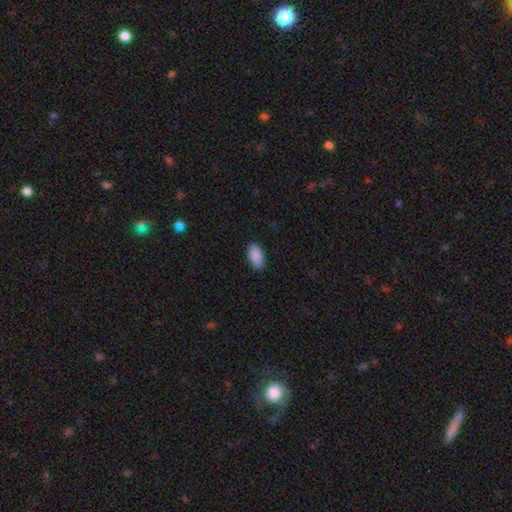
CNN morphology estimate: Smooth or featured? smooth (90%)
How rounded? in between (95%)
Merging? none (88%)